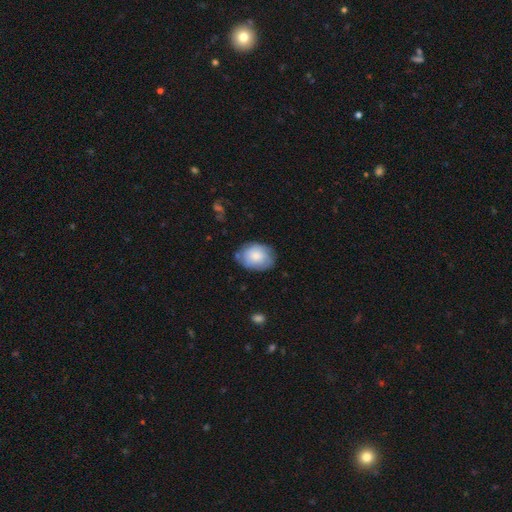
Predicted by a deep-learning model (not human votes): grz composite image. It shows a smooth galaxy with no disk features (69%) that is in between round and cigar-shaped (70%). Merging: none (70%).